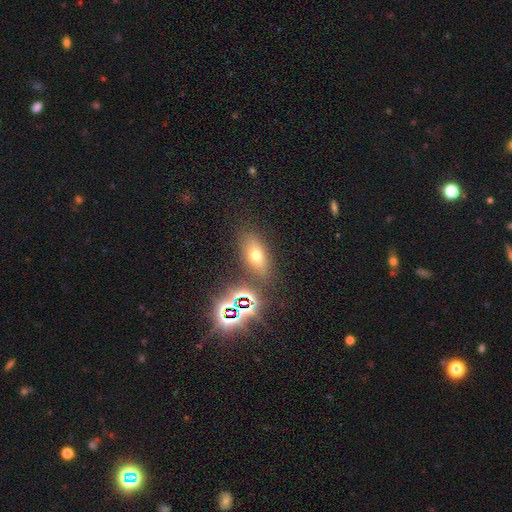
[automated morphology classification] This is possibly a smooth galaxy (56%). How rounded: likely in between (73%). Merging: likely none (80%).